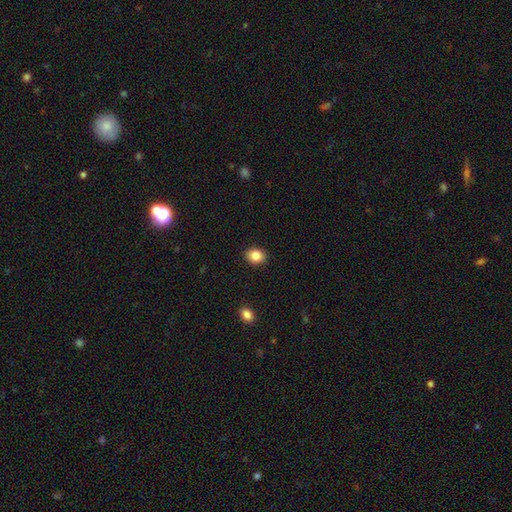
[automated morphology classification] Overall: smooth (86%). How rounded: round (50%; in between 49%). Merging: none (90%).